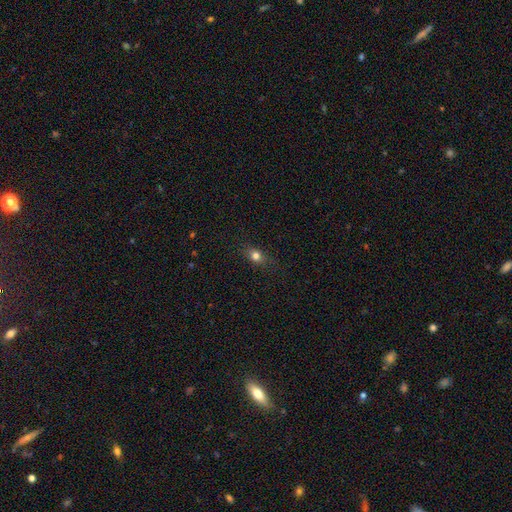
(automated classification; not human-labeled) A smooth galaxy with no disk features (75%) that is in between round and cigar-shaped (54%).

Vote fractions:
- Smooth or featured? smooth: 75% / star or artifact: 13% / featured or disk: 12%
- How rounded? in between: 54% / round: 38% / cigar-shaped: 8%
- Merging? none: 81% / minor disturbance: 14% / major disturbance: 4% / merger: 1%